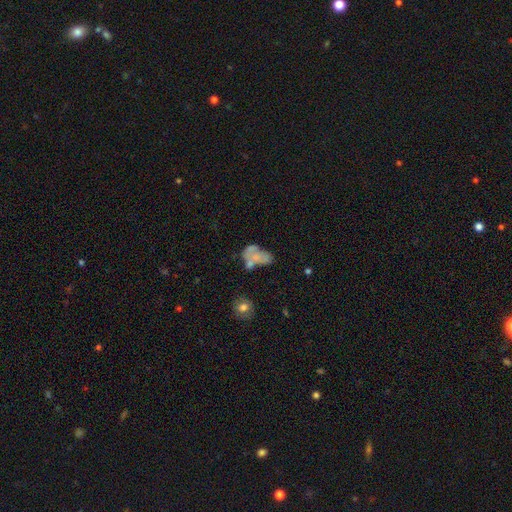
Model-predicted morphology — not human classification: Q: Smooth or featured?
A: smooth (48%); runner-up: featured or disk (40%)
Q: Merging?
A: merger (35%); runner-up: none (24%)